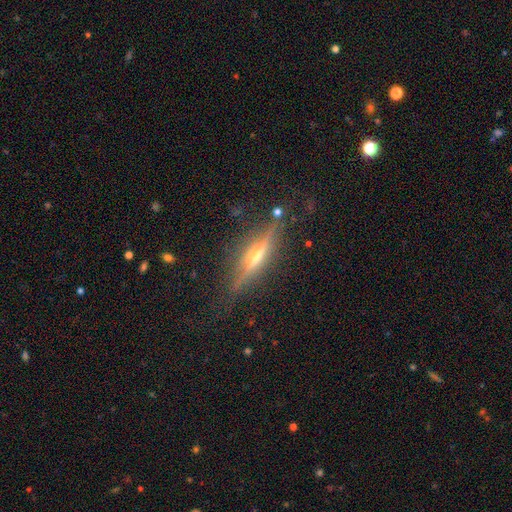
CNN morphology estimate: featured or disk 77%, smooth 16%, star or artifact 8%. Down the decision tree: edge-on disk — yes (96%); edge-on bulge — rounded (89%); merging — none (83%).